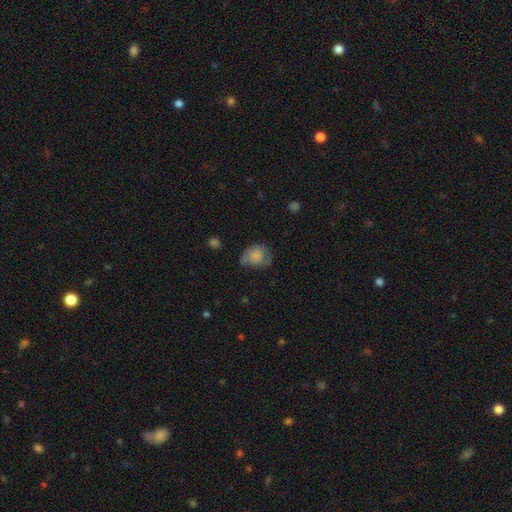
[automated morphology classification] Smooth or featured? Predicted: smooth (p=0.70). How rounded? Predicted: round (p=0.55). Merging? Predicted: none (p=0.42).